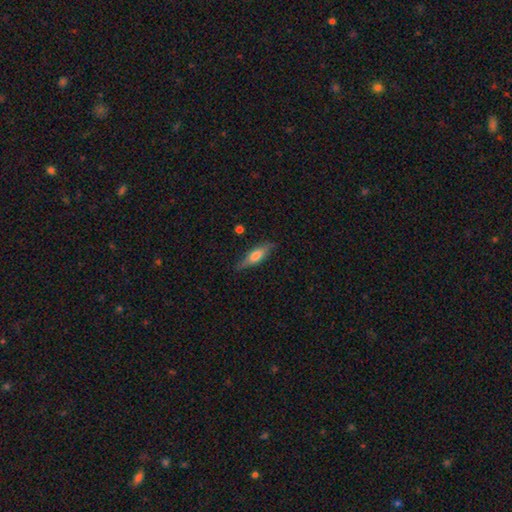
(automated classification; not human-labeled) smooth-or-featured: smooth: 55% | featured or disk: 39% | star or artifact: 6%
  how-rounded: cigar-shaped: 61% | in between: 37% | round: 2%
  merging: none: 80% | minor disturbance: 15% | major disturbance: 3% | merger: 2%